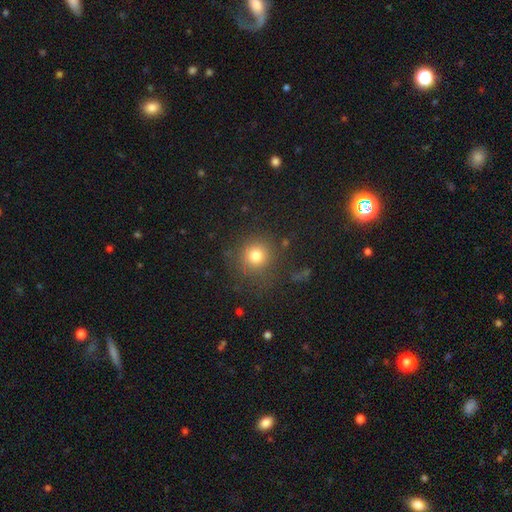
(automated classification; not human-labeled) Overall: smooth (78%). How rounded: round (92%). Merging: none (81%).